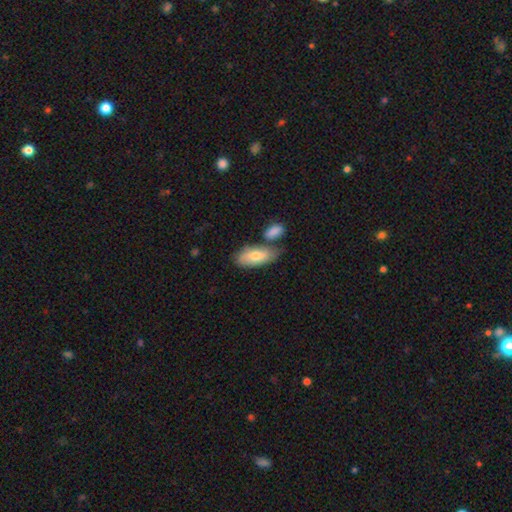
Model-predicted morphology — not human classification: A smooth galaxy with no disk features (71%) that is in between round and cigar-shaped (85%). Merging: none (54%).